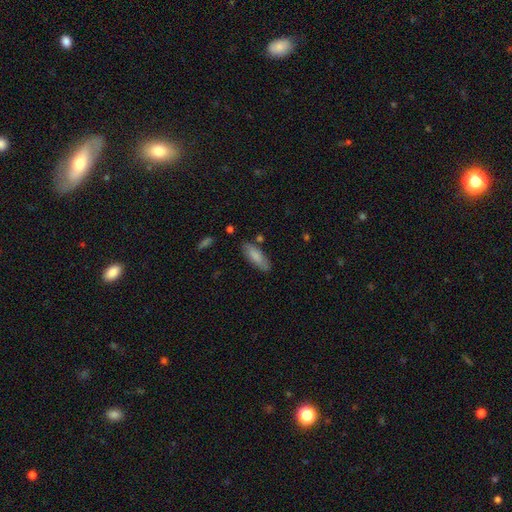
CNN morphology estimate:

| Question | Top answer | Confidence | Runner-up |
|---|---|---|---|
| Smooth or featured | smooth | 81% | featured or disk (13%) |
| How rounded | in between | 62% | cigar-shaped (36%) |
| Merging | none | 79% | minor disturbance (14%) |